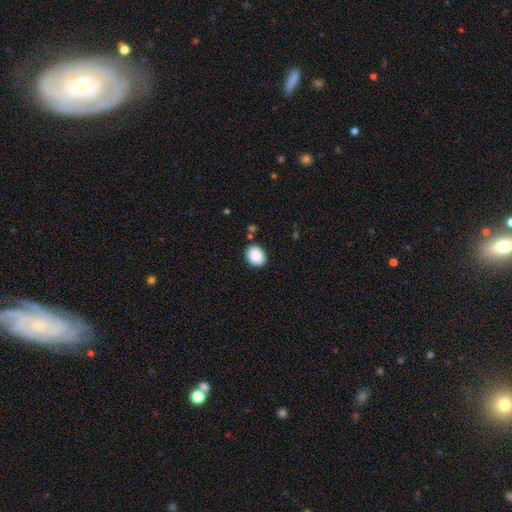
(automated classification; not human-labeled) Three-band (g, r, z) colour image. It shows a smooth galaxy with no disk features (89%) that is in between round and cigar-shaped (61%). Merging: none (85%).